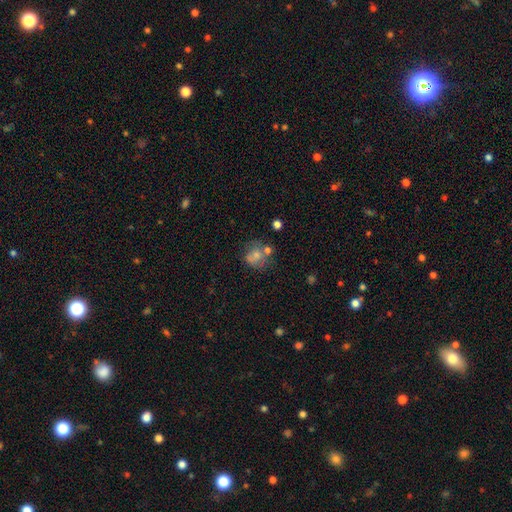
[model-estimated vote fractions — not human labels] smooth-or-featured: smooth: 62% | featured or disk: 26% | star or artifact: 12%
  how-rounded: round: 70% | in between: 29% | cigar-shaped: 1%
  merging: none: 42% | merger: 23% | minor disturbance: 21% | major disturbance: 14%